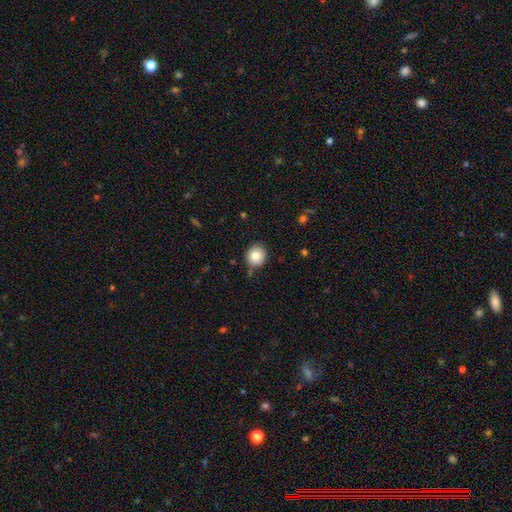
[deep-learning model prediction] Smooth or featured?
  - smooth: 81% *
  - star or artifact: 10%
  - featured or disk: 9%
How rounded?
  - round: 92% *
  - in between: 7%
  - cigar-shaped: 1%
Merging?
  - none: 85% *
  - minor disturbance: 10%
  - merger: 2%
  - major disturbance: 2%